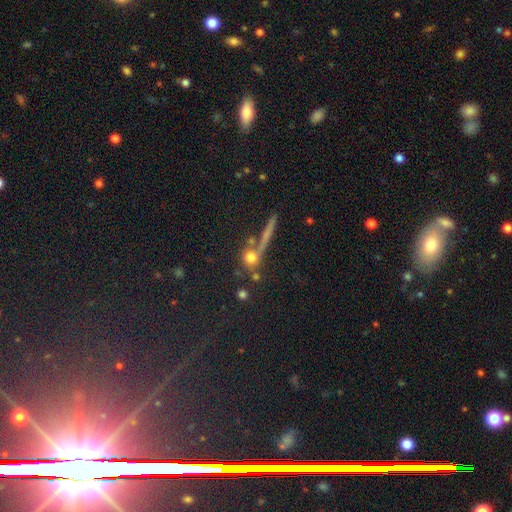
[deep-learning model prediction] A star or artifact, not a galaxy (59%).